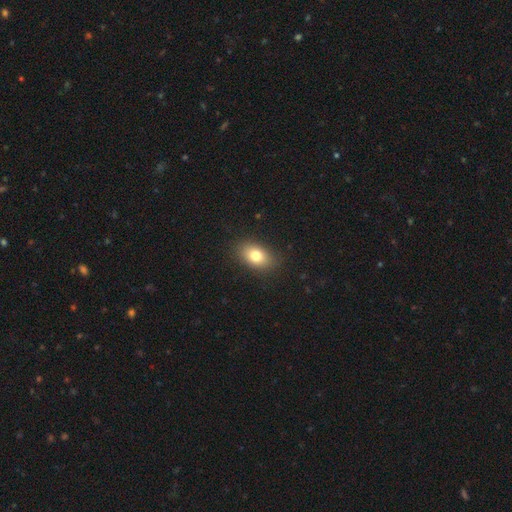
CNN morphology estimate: smooth 80%, featured or disk 11%, star or artifact 9%. Down the decision tree: how rounded — in between (84%); merging — none (86%).